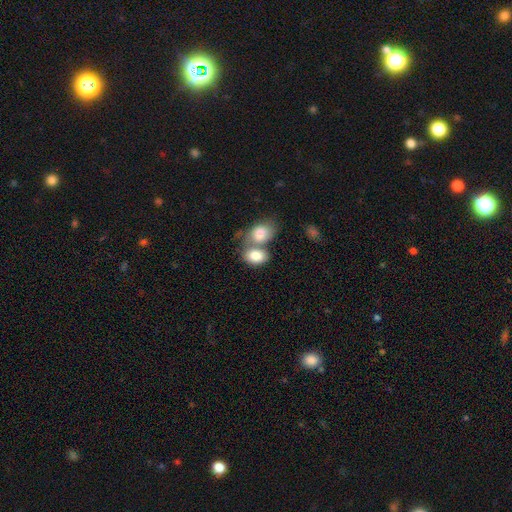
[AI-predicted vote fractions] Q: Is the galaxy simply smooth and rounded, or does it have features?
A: smooth — 82%.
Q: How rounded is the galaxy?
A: in between — 81%.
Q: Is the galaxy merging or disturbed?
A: merger — 58%.